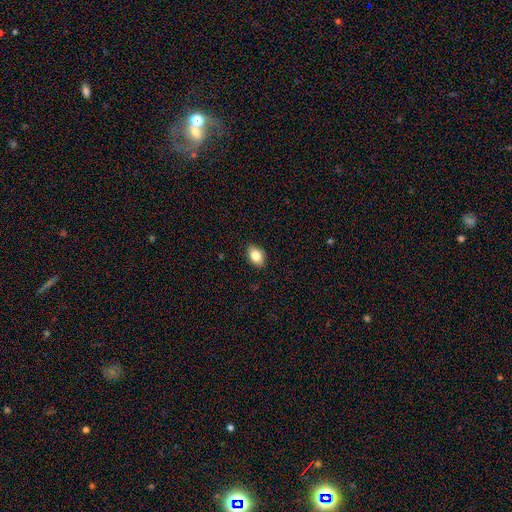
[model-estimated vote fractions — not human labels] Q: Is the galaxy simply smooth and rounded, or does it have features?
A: smooth — 83%.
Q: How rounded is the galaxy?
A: in between — 78%.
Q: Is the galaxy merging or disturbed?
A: none — 88%.